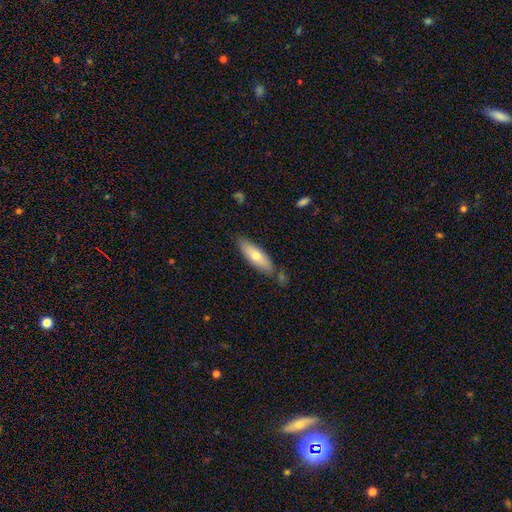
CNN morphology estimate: This is likely a smooth galaxy (68%). How rounded: possibly in between (49%, tied with cigar-shaped). Merging: likely none (77%).